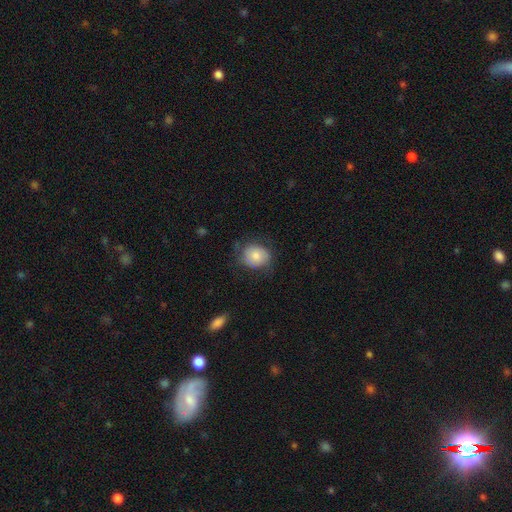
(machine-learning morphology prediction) This appears to be a smooth galaxy with no disk features (77%) that is round (62%). Merging: none (66%).